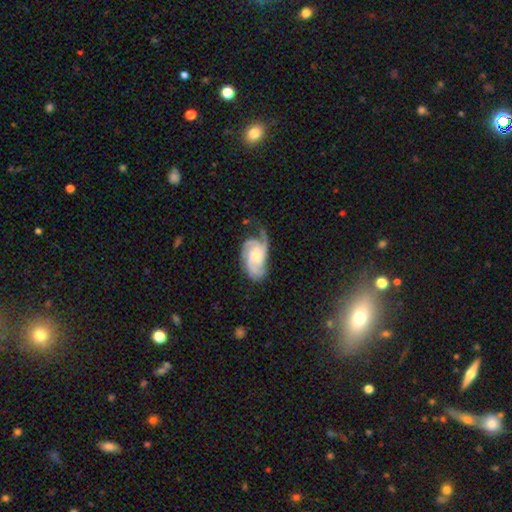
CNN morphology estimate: smooth-or-featured: featured or disk: 86% | smooth: 9% | star or artifact: 5%
  disk-edge-on: no: 97% | yes: 3%
    bar: no: 68% | weak: 27% | strong: 5%
    has-spiral-arms: yes: 97% | no: 3%
      spiral-winding: tight: 48% | medium: 41% | loose: 11%
      spiral-arm-count: 3: 50% | 2: 17% | 4: 13% | can't tell: 12% | 1: 5% | more than 4: 4%
    bulge-size: moderate: 47% | small: 46% | large: 3% | none: 3% | dominant: 1%
  merging: none: 56% | minor disturbance: 27% | major disturbance: 15% | merger: 2%